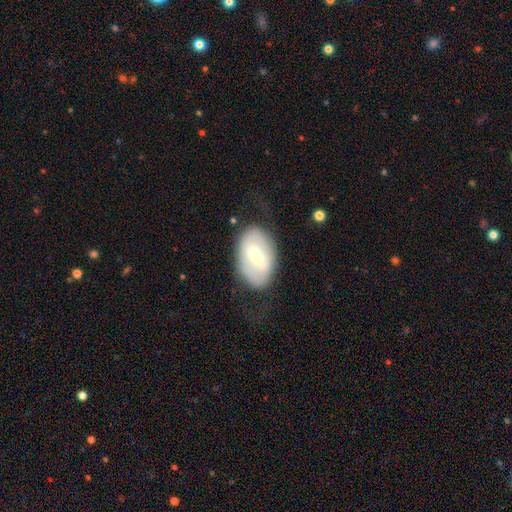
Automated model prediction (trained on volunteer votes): Overall: featured or disk (50%; smooth 43%). Edge-on disk: no (89%). Merging: none (70%).